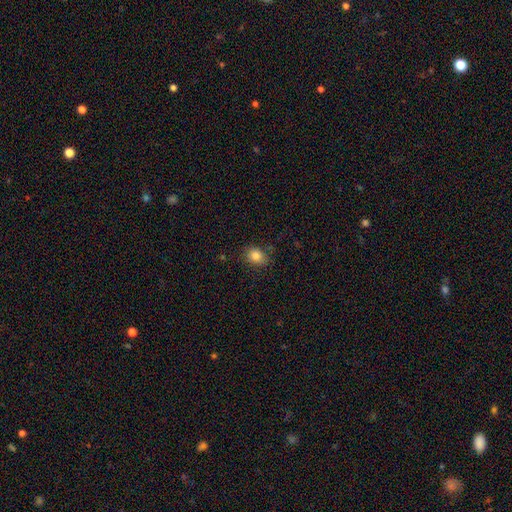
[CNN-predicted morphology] Q: Smooth or featured?
A: smooth (83%); runner-up: star or artifact (10%)
Q: How rounded?
A: in between (52%); runner-up: round (47%)
Q: Merging?
A: none (83%); runner-up: minor disturbance (13%)